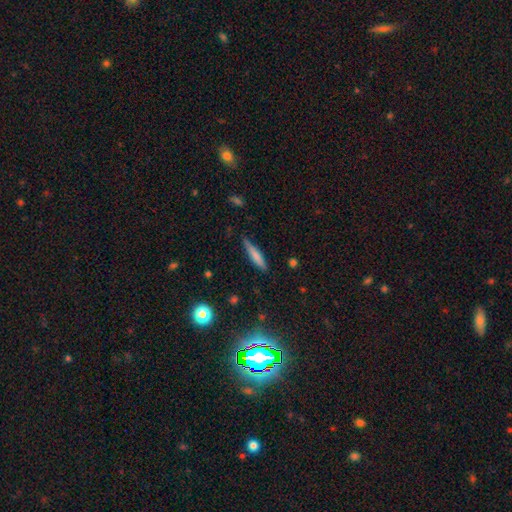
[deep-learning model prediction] A smooth galaxy with no disk features (70%) that is cigar-shaped (88%). Merging: none (82%).